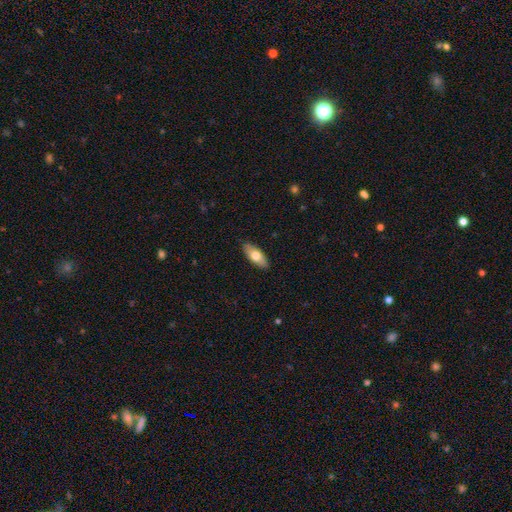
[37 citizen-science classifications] This is likely a smooth galaxy (68%). How rounded: likely in between (72%). Merging: clearly none (94%).